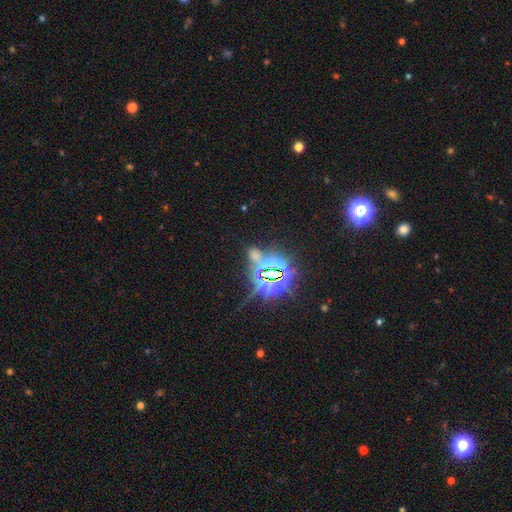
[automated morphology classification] smooth_or_featured: star or artifact (p=0.79) [alt: smooth p=0.13]